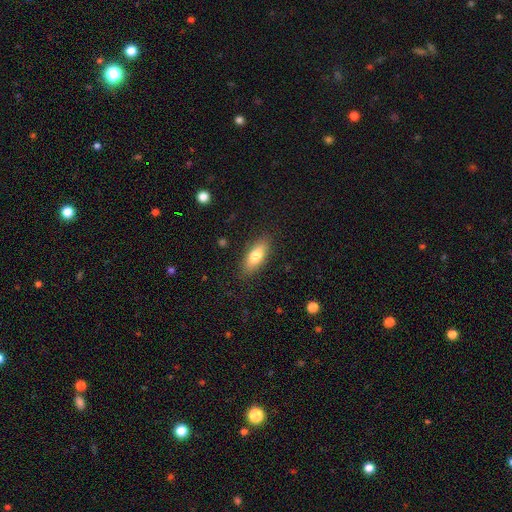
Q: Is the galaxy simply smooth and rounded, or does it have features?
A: smooth — 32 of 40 (80%).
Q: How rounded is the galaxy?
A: in between — 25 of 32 (78%).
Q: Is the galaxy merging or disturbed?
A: none — 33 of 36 (92%).